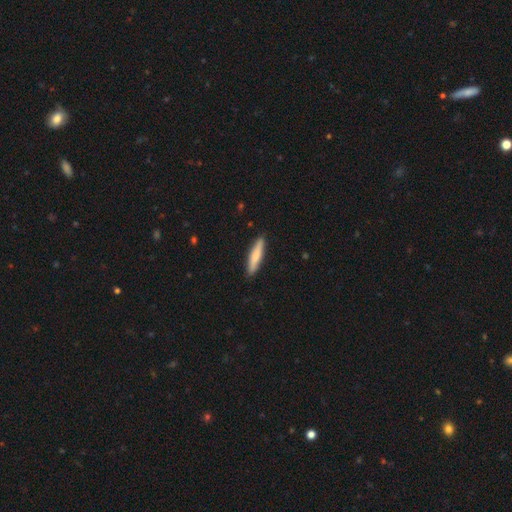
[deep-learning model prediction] smooth 76%, featured or disk 19%, star or artifact 5%. Down the decision tree: how rounded — cigar-shaped (86%); merging — none (90%).